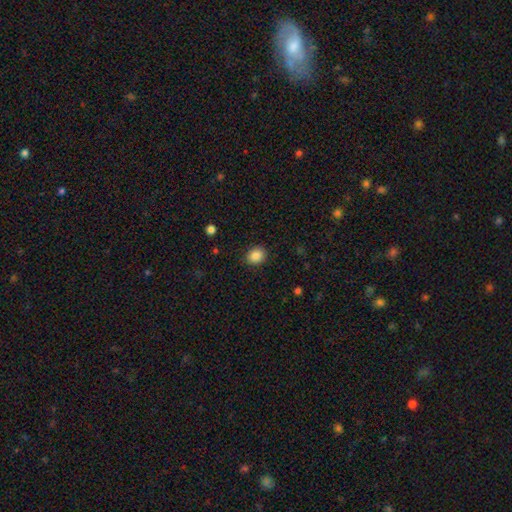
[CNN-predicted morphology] A smooth galaxy with no disk features (86%) that is round (59%). Merging: none (89%).